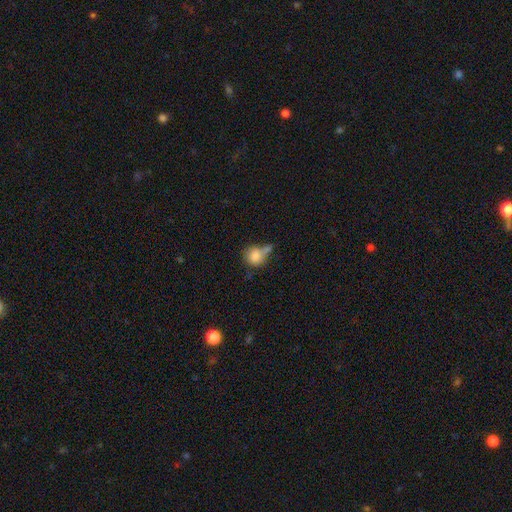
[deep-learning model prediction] Smooth or featured?
  - smooth: 78% *
  - featured or disk: 12%
  - star or artifact: 9%
How rounded?
  - round: 65% *
  - in between: 33%
  - cigar-shaped: 2%
Merging?
  - none: 33% *
  - merger: 28%
  - minor disturbance: 23%
  - major disturbance: 15%